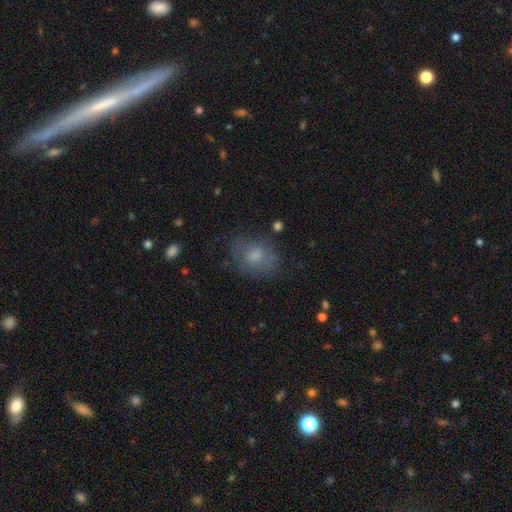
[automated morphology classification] Smooth or featured?
  - smooth: 67% *
  - featured or disk: 23%
  - star or artifact: 10%
How rounded?
  - in between: 56% *
  - round: 43%
  - cigar-shaped: 1%
Merging?
  - none: 62% *
  - minor disturbance: 23%
  - major disturbance: 13%
  - merger: 2%